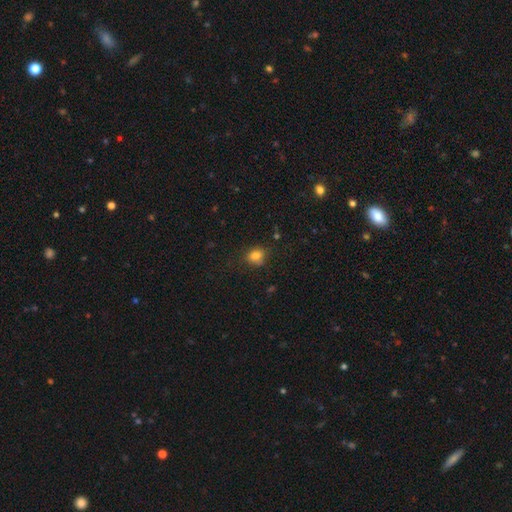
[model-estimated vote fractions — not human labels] Q: Smooth or featured?
A: smooth (81%); runner-up: star or artifact (12%)
Q: How rounded?
A: round (62%); runner-up: in between (37%)
Q: Merging?
A: none (74%); runner-up: minor disturbance (18%)